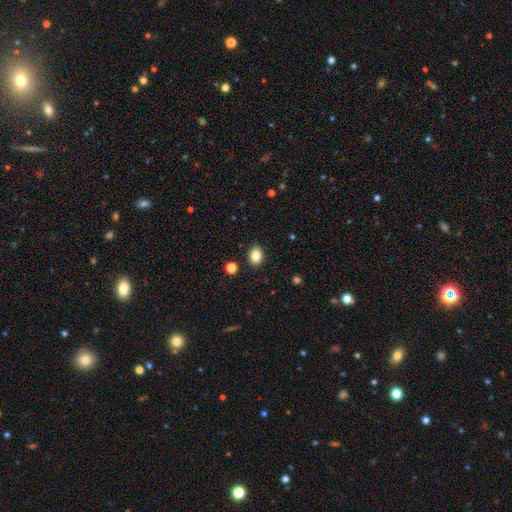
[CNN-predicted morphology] Q: Smooth or featured?
A: smooth (84%); runner-up: star or artifact (10%)
Q: How rounded?
A: in between (69%); runner-up: round (30%)
Q: Merging?
A: none (89%); runner-up: minor disturbance (8%)